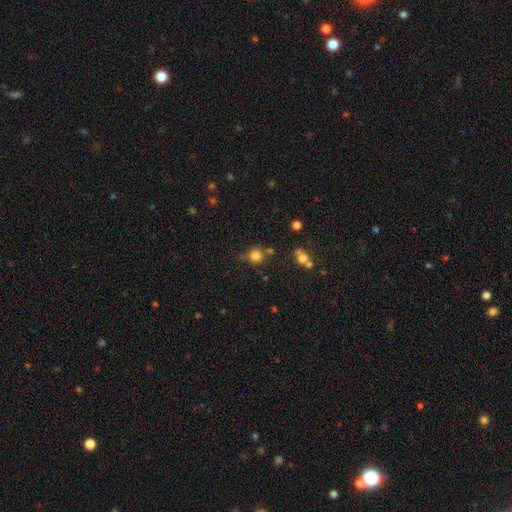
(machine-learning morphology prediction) A smooth galaxy with no disk features (79%) that is round (91%).

Vote fractions:
- Smooth or featured? smooth: 79% / star or artifact: 14% / featured or disk: 7%
- How rounded? round: 91% / in between: 8% / cigar-shaped: 1%
- Merging? none: 69% / minor disturbance: 15% / merger: 12% / major disturbance: 5%